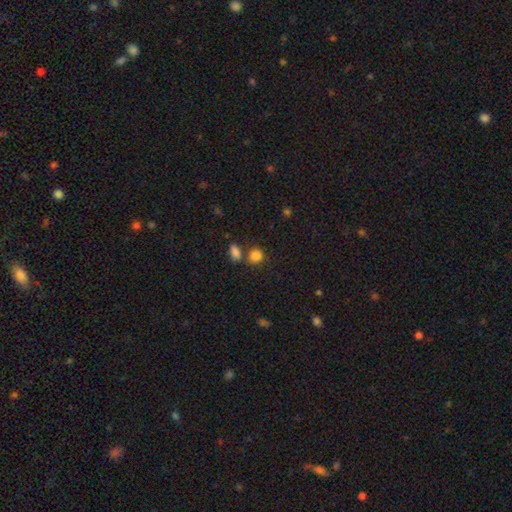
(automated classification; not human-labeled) A smooth galaxy with no disk features (83%) that is round (68%).

Vote fractions:
- Smooth or featured? smooth: 83% / star or artifact: 12% / featured or disk: 5%
- How rounded? round: 68% / in between: 31% / cigar-shaped: 2%
- Merging? none: 60% / merger: 24% / minor disturbance: 11% / major disturbance: 4%